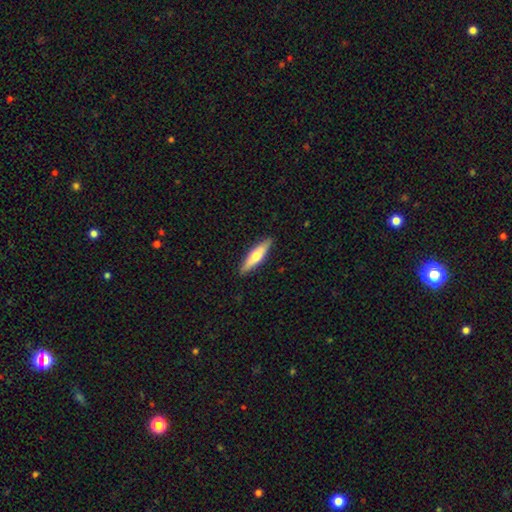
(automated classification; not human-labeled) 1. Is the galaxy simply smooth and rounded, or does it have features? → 51% smooth, 44% featured or disk, 5% star or artifact.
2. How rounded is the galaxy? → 76% cigar-shaped, 22% in between, 2% round.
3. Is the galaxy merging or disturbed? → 90% none, 8% minor disturbance, 2% major disturbance, 1% merger.